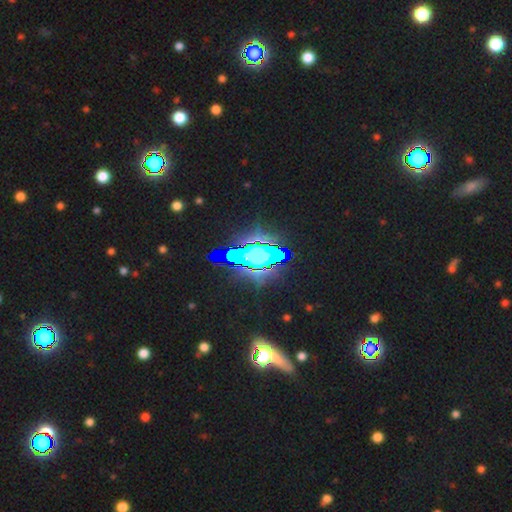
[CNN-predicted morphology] A star or artifact, not a galaxy (60%).